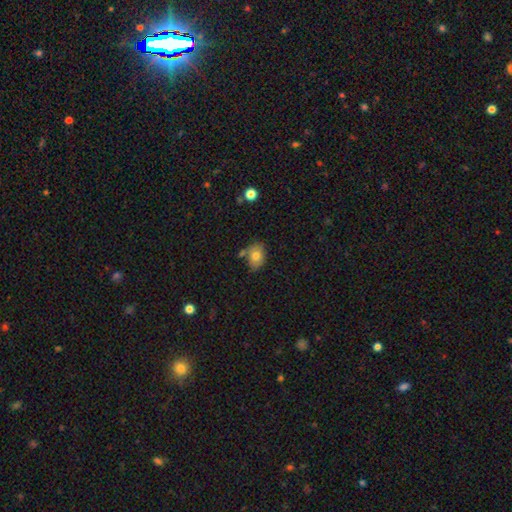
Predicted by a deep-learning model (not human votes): Smooth or featured? Predicted: smooth (p=0.75). How rounded? Predicted: in between (p=0.72). Merging? Predicted: none (p=0.64).